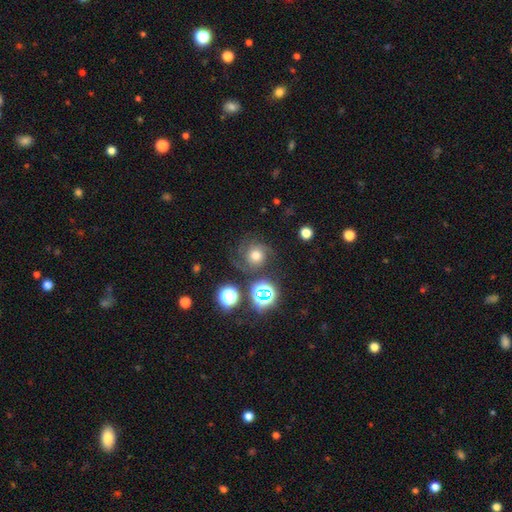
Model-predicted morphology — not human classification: Q: Smooth or featured?
A: featured or disk (48%); runner-up: smooth (32%)
Q: Merging?
A: none (64%); runner-up: minor disturbance (17%)